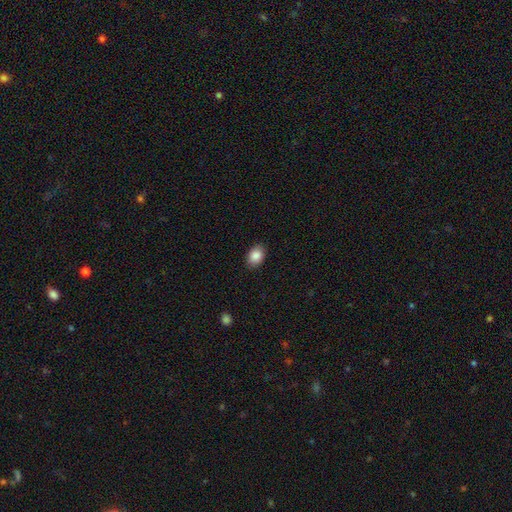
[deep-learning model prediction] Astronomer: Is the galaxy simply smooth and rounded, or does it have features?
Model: smooth — 88%.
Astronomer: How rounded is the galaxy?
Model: in between — 80%.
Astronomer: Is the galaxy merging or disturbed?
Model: none — 87%.